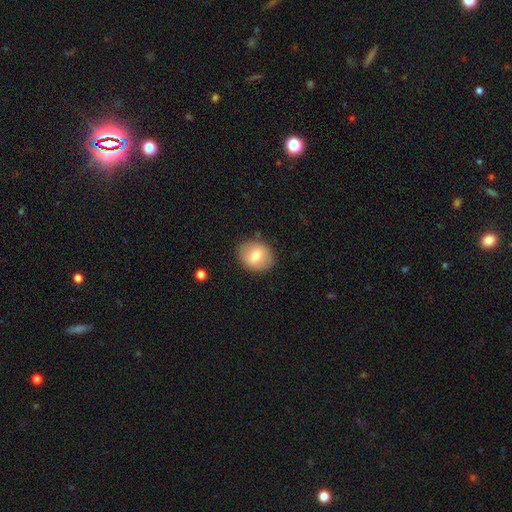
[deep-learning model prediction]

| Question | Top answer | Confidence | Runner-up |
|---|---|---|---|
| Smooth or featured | smooth | 72% | featured or disk (20%) |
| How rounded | round | 63% | in between (36%) |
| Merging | none | 86% | minor disturbance (10%) |